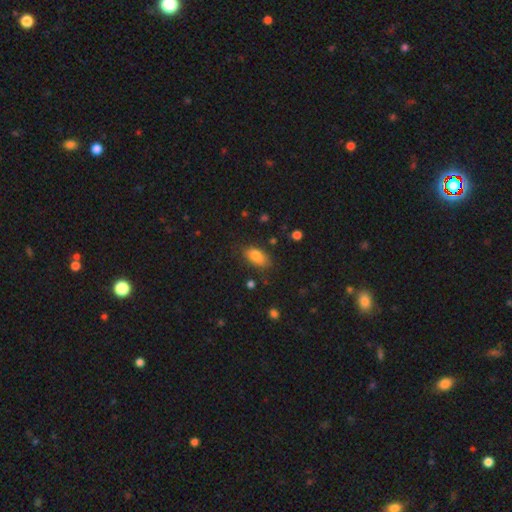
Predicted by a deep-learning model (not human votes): smooth 83%, star or artifact 9%, featured or disk 8%. Down the decision tree: how rounded — in between (89%); merging — none (73%).